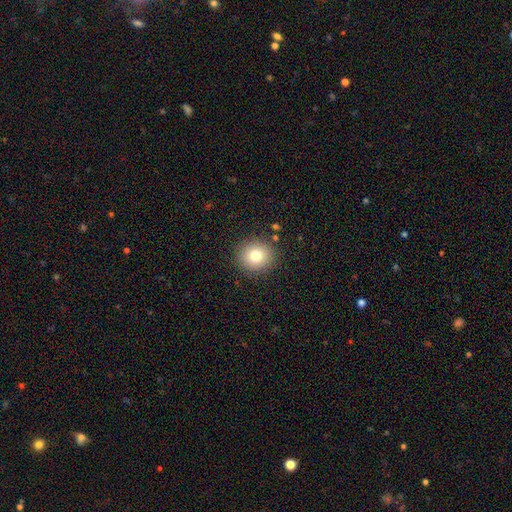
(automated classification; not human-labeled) Morphology: type=smooth (78%); roundness=round (88%); merging=none (89%).